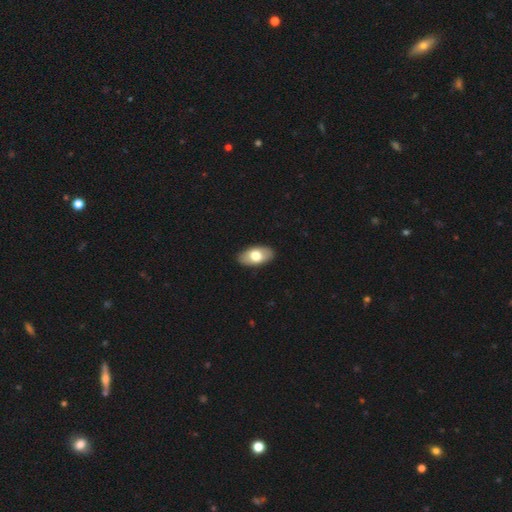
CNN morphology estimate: Smooth or featured? Predicted: smooth (p=0.70). How rounded? Predicted: in between (p=0.94). Merging? Predicted: none (p=0.89).